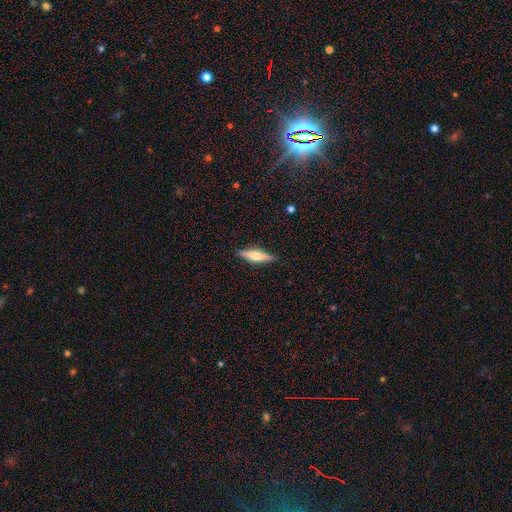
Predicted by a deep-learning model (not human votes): Smooth or featured? smooth (51%)
How rounded? cigar-shaped (69%)
Merging? none (88%)